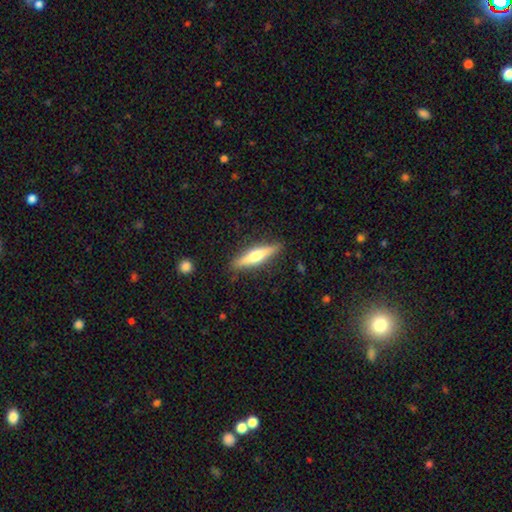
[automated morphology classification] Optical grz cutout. It shows a featured or disk galaxy (54%) viewed edge-on (95%) with a rounded central bulge (91%). Merging: none (88%).